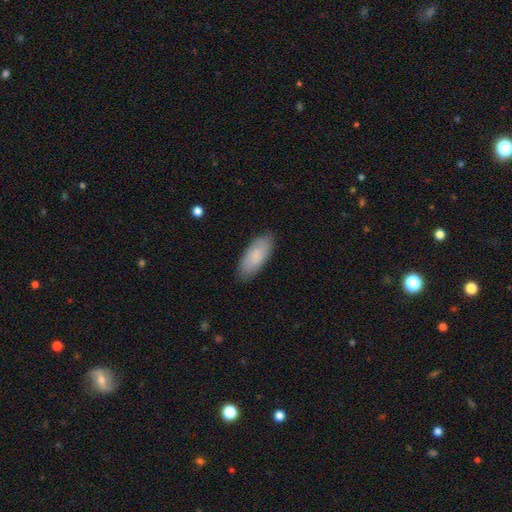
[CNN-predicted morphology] The model was most divided on "smooth or featured": smooth: 81%, featured or disk: 13%, star or artifact: 6%. More confident: merging — none (85%); how rounded — in between (84%).